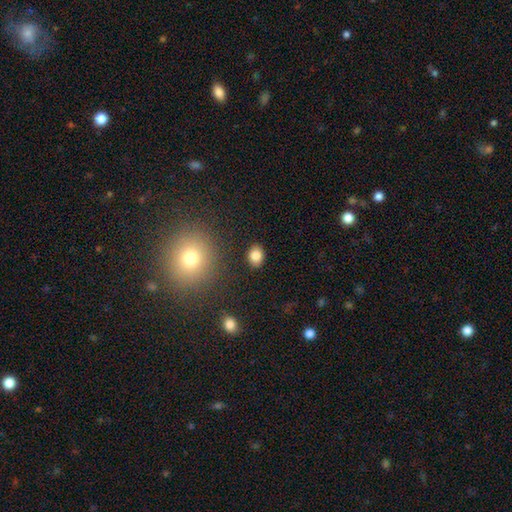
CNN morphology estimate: Overall: smooth (83%). How rounded: in between (56%; round 43%). Merging: none (88%).